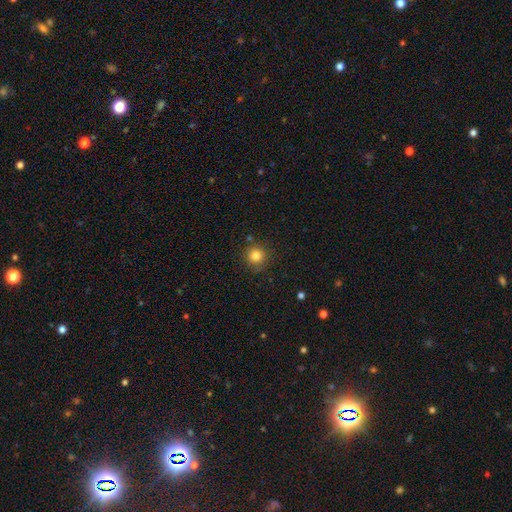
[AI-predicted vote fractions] Overall: smooth (83%). How rounded: round (94%). Merging: none (86%).